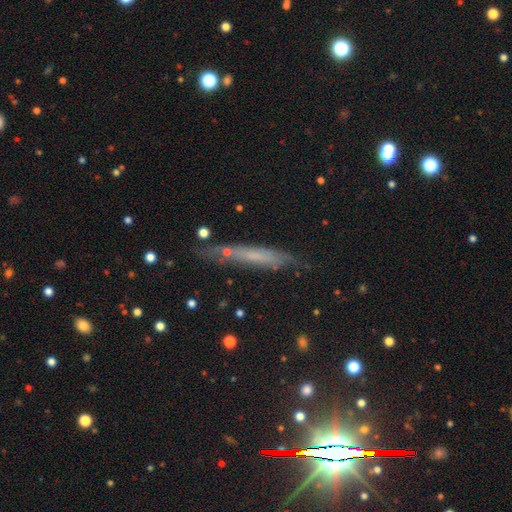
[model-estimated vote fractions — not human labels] smooth_or_featured: smooth (p=0.49) [alt: featured or disk p=0.39]
merging: none (p=0.69) [alt: minor disturbance p=0.21]